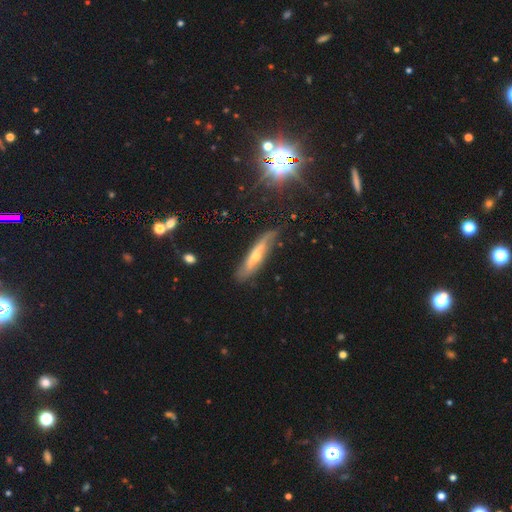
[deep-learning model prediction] smooth_or_featured: featured or disk (p=0.56) [alt: smooth p=0.34]
disk_edge_on: yes (p=0.75) [alt: no p=0.25]
merging: none (p=0.72) [alt: minor disturbance p=0.21]